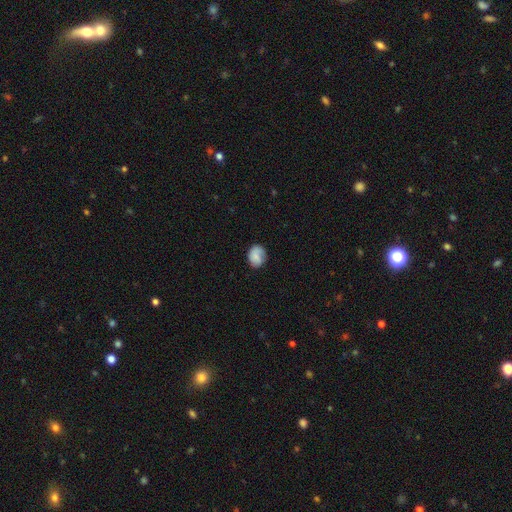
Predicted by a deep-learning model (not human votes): This appears to be a smooth galaxy with no disk features (70%) that is round (58%). Merging: none (71%).